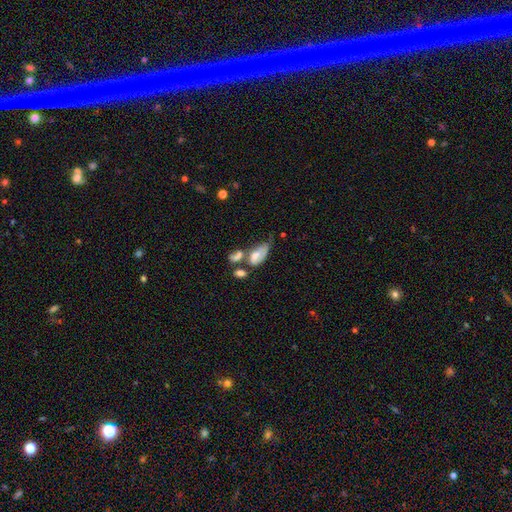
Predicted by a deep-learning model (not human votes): Overall: smooth (55%; featured or disk 36%). How rounded: in between (89%). Merging: merger (41%; minor disturbance 20%).